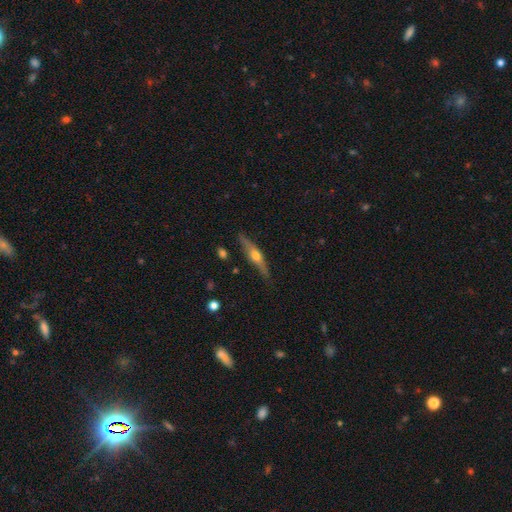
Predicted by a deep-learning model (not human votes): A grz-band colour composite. It shows a featured or disk galaxy (67%) viewed edge-on (94%) with a rounded central bulge (93%). Merging: none (84%).